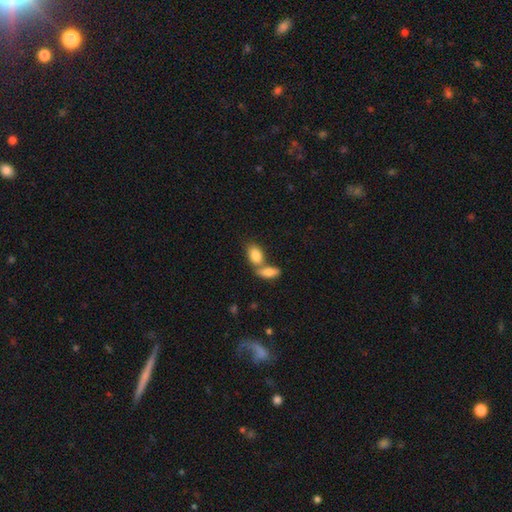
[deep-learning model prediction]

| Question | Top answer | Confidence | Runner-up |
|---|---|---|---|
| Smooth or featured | smooth | 84% | featured or disk (10%) |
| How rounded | in between | 88% | round (9%) |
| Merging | merger | 53% | none (35%) |